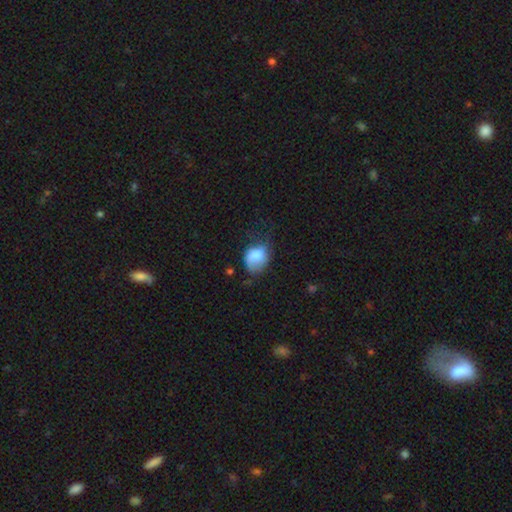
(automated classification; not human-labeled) Smooth or featured? smooth (77%)
How rounded? in between (63%)
Merging? minor disturbance (38%)